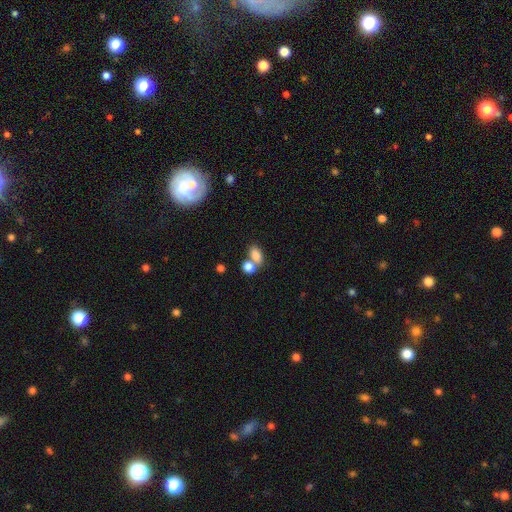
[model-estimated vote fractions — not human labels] Smooth or featured? Predicted: smooth (p=0.82). How rounded? Predicted: in between (p=0.85). Merging? Predicted: merger (p=0.48).